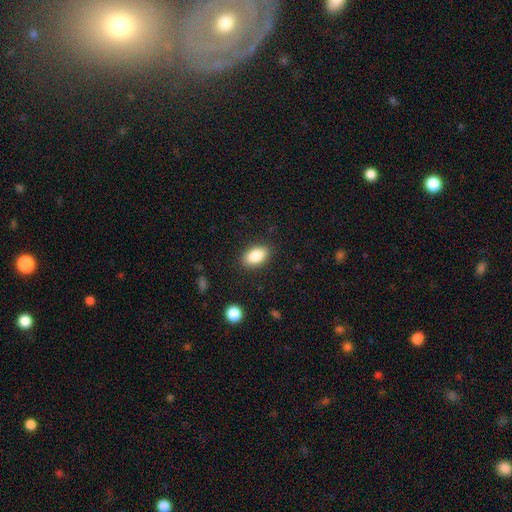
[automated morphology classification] A smooth galaxy with no disk features (85%) that is in between round and cigar-shaped (91%). Merging: none (87%).